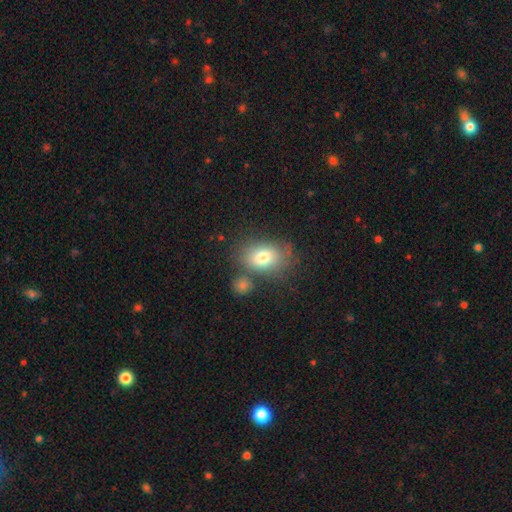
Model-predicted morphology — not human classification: Smooth or featured? smooth (71%)
How rounded? in between (75%)
Merging? none (67%)